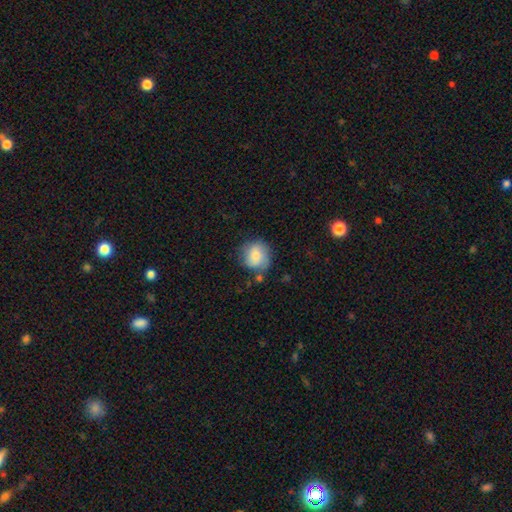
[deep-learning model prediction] The model was most divided on "merging": none: 63%, minor disturbance: 23%, major disturbance: 7%, merger: 6%. More confident: how rounded — round (84%); smooth or featured — smooth (69%).